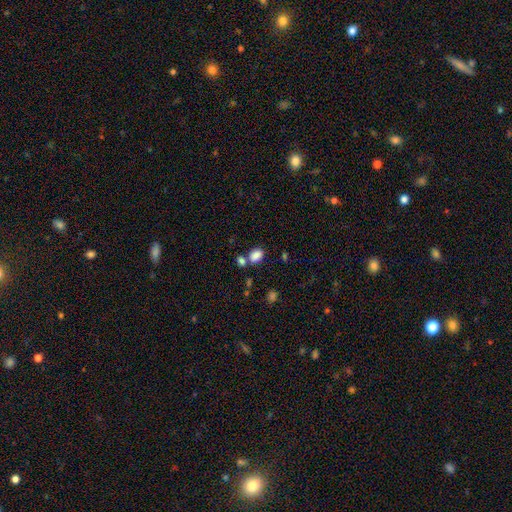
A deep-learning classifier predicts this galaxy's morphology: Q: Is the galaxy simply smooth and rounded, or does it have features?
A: smooth — 85%.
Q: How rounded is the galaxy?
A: in between — 79%.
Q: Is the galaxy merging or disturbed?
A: none — 58%.